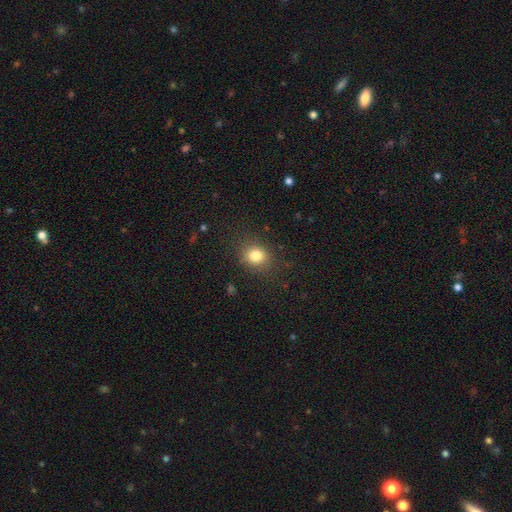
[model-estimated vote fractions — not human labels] smooth-or-featured: smooth: 80% | star or artifact: 13% | featured or disk: 7%
  how-rounded: round: 73% | in between: 26% | cigar-shaped: 1%
  merging: none: 86% | minor disturbance: 9% | major disturbance: 4% | merger: 1%